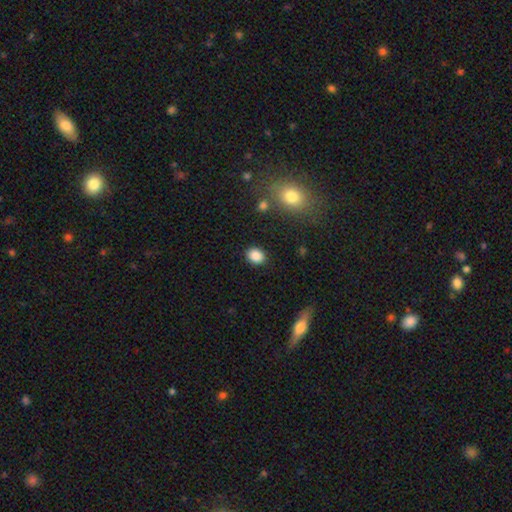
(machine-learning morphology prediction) Overall: smooth (87%). How rounded: round (53%; in between 46%). Merging: none (88%).